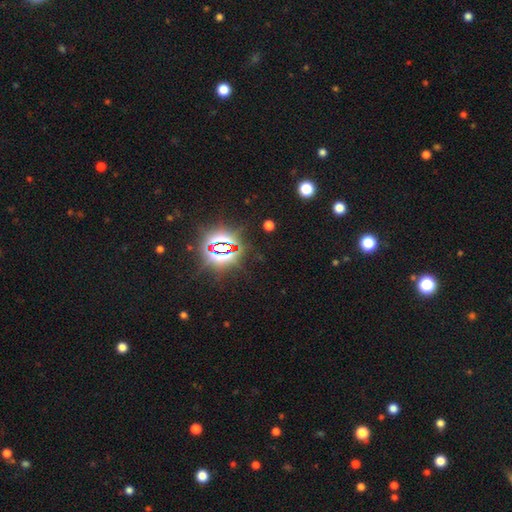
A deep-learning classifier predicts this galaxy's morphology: This appears to be a star or artifact, not a galaxy (82%).